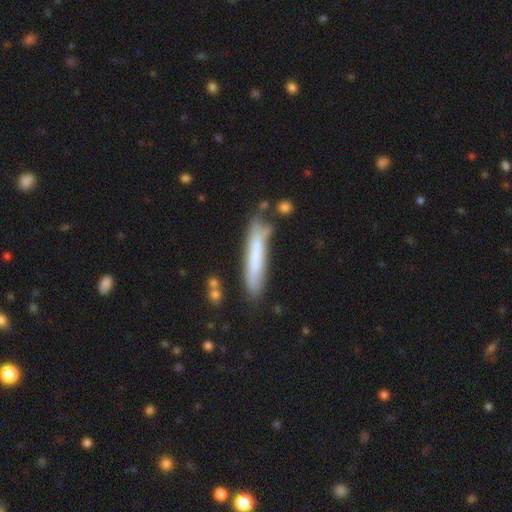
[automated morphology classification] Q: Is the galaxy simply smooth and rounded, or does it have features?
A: smooth — 63%.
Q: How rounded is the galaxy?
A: cigar-shaped — 91%.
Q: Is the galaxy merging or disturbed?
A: none — 69%.